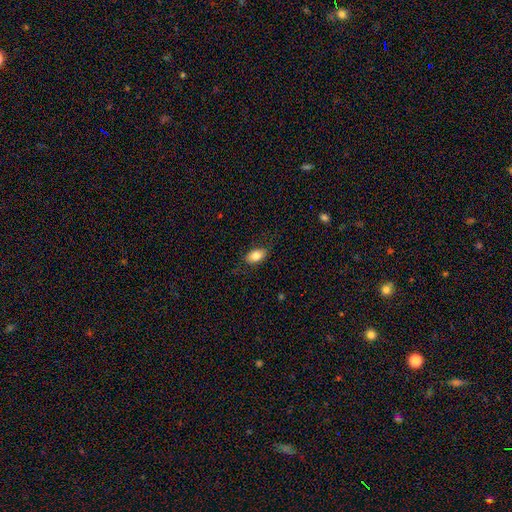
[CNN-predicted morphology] Overall: smooth (80%). How rounded: in between (90%). Merging: none (82%).